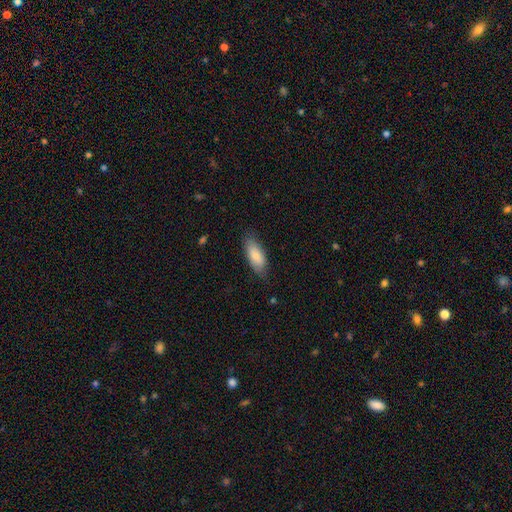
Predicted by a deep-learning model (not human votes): This is clearly a smooth galaxy (82%). How rounded: clearly in between (83%). Merging: likely none (75%).